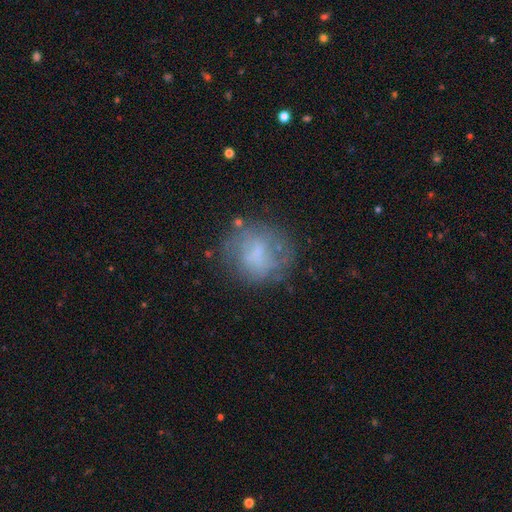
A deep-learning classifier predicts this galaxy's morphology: The model was most divided on "smooth or featured": smooth: 49%, featured or disk: 39%, star or artifact: 12%. More confident: merging — none (67%).